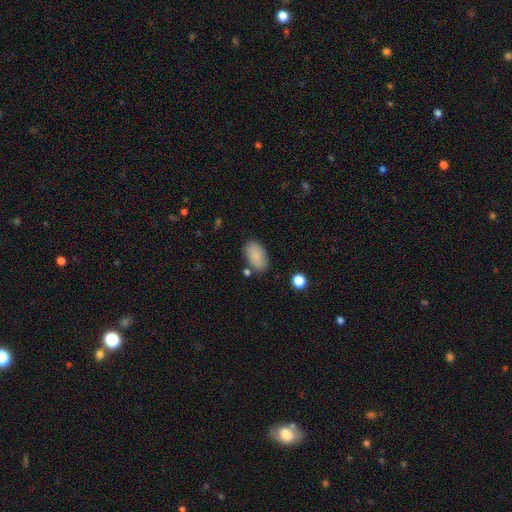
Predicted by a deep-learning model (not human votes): This appears to be a smooth galaxy with no disk features (86%) that is in between round and cigar-shaped (93%). Merging: none (79%).